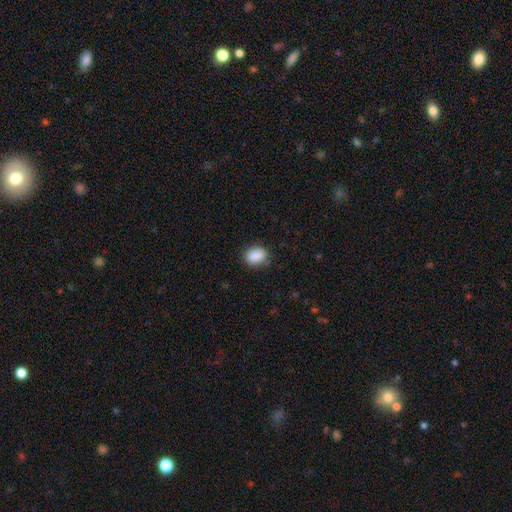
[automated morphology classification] smooth-or-featured: smooth: 89% | star or artifact: 8% | featured or disk: 3%
  how-rounded: in between: 72% | round: 26% | cigar-shaped: 1%
  merging: none: 82% | minor disturbance: 13% | major disturbance: 3% | merger: 1%